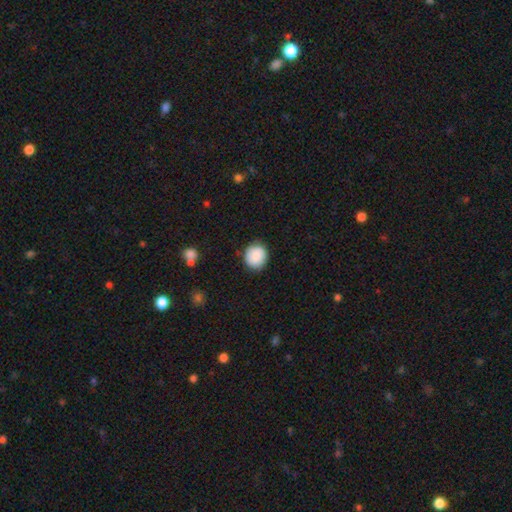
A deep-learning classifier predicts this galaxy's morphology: smooth_or_featured: smooth (p=0.88) [alt: star or artifact p=0.07]
how_rounded: round (p=0.85) [alt: in between p=0.15]
merging: none (p=0.85) [alt: minor disturbance p=0.11]